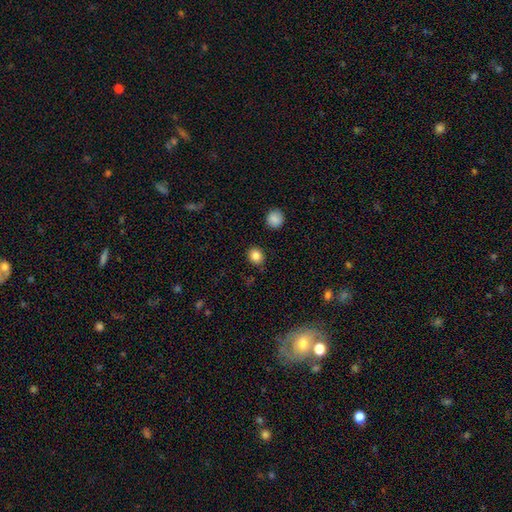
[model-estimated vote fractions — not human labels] Q: Smooth or featured?
A: smooth (84%); runner-up: star or artifact (11%)
Q: How rounded?
A: round (74%); runner-up: in between (25%)
Q: Merging?
A: none (88%); runner-up: minor disturbance (8%)